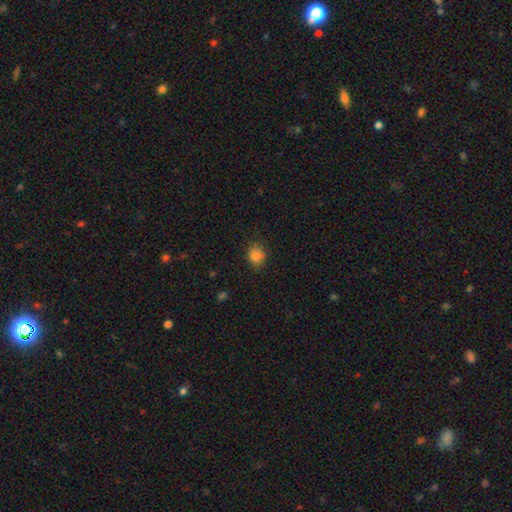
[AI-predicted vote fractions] Overall: smooth (83%). How rounded: round (72%). Merging: none (83%).